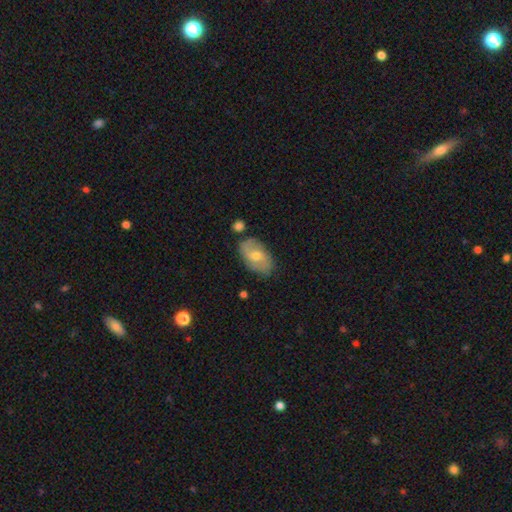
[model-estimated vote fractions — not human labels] The model was most divided on "smooth or featured": smooth: 47%, featured or disk: 45%, star or artifact: 8%. More confident: merging — none (76%).